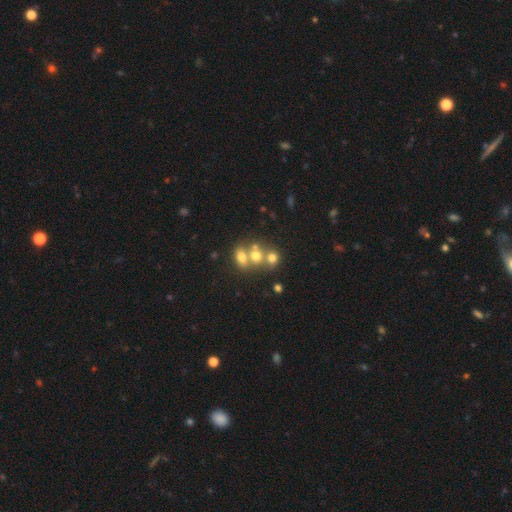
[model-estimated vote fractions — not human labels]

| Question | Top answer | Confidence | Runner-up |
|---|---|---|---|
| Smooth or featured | smooth | 65% | featured or disk (20%) |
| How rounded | round | 54% | in between (45%) |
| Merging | merger | 55% | none (33%) |